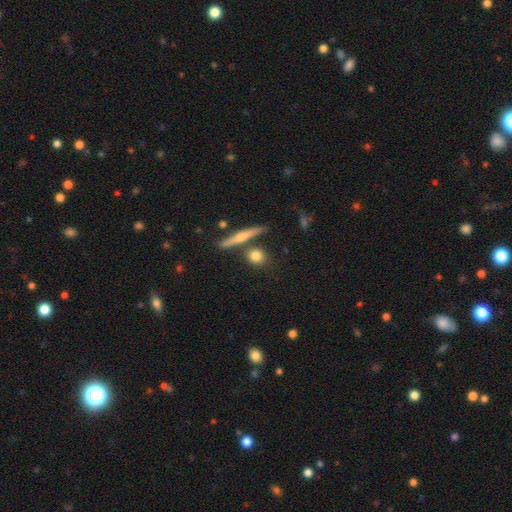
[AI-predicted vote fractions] Overall: smooth (75%). How rounded: round (69%). Merging: none (72%).